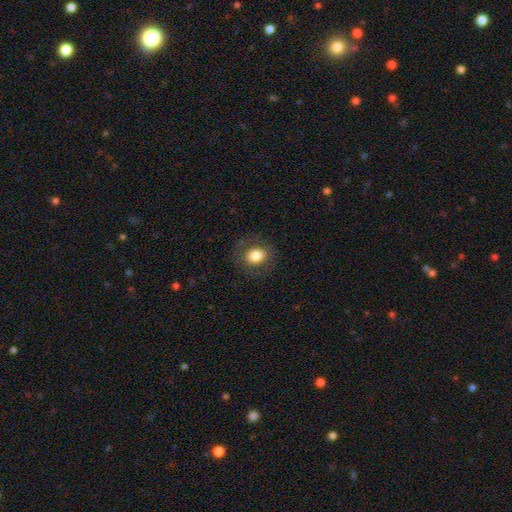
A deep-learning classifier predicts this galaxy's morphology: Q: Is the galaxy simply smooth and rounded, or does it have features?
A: smooth — 78%.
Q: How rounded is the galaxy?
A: round — 63%.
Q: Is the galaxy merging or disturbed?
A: none — 84%.